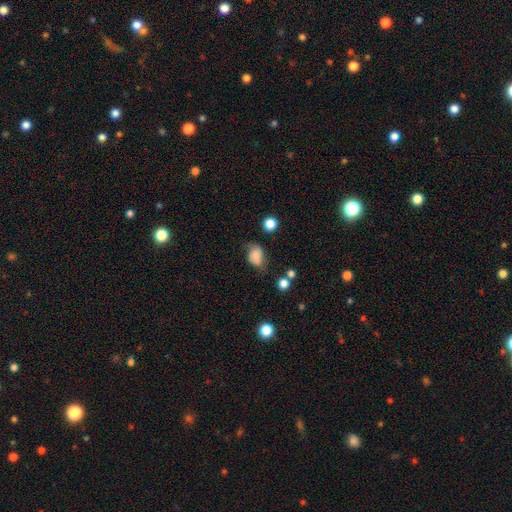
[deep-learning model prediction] This appears to be a smooth galaxy with no disk features (76%) that is in between round and cigar-shaped (74%). Merging: none (48%).